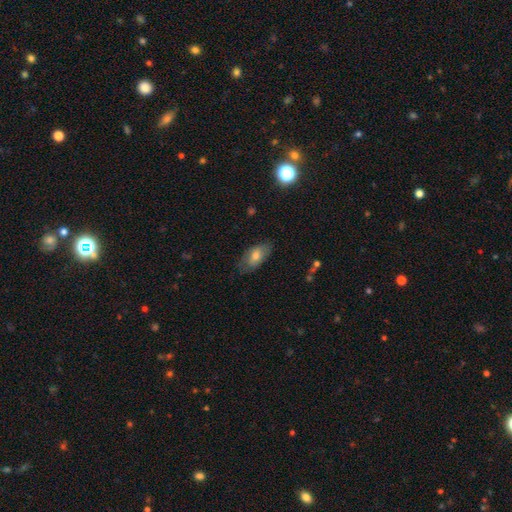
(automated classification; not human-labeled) Morphology: type=smooth (71%); roundness=in between (90%); merging=none (72%).